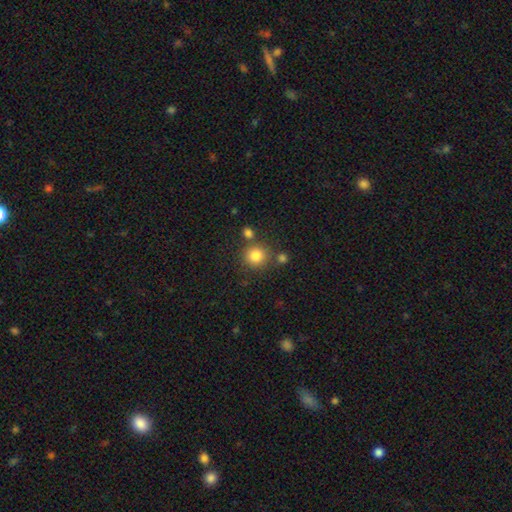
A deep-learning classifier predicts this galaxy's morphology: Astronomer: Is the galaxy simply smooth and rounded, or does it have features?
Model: smooth — 83%.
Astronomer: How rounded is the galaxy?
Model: round — 91%.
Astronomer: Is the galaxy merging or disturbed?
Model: none — 76%.